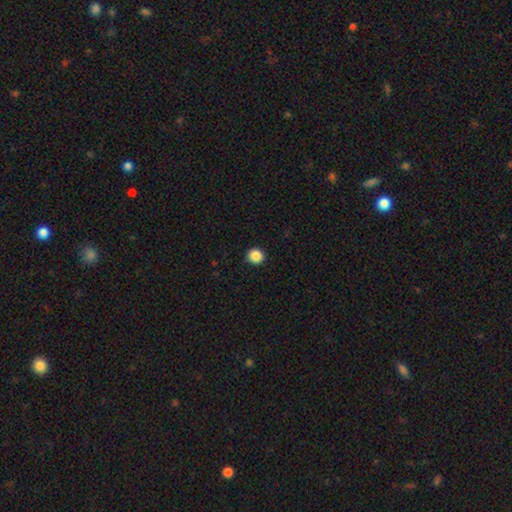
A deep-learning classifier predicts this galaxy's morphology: smooth 88%, star or artifact 10%, featured or disk 3%. Down the decision tree: how rounded — round (92%); merging — none (92%).